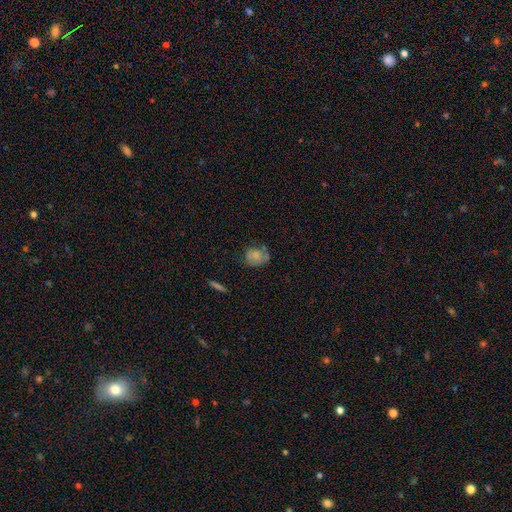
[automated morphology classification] This is likely a smooth galaxy (67%). How rounded: possibly in between (50%). Merging: possibly none (49%).